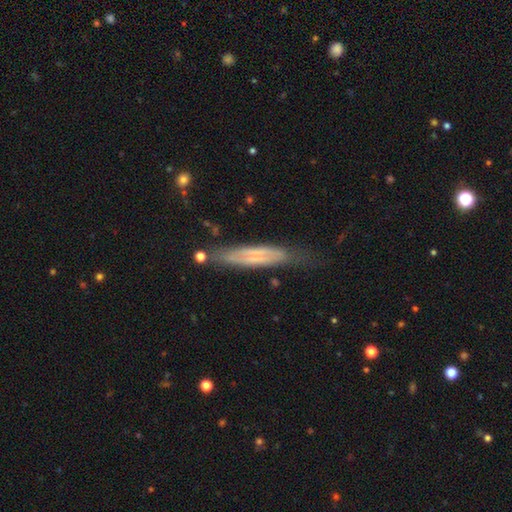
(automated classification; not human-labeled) A featured or disk galaxy (53%) viewed edge-on (70%).

Vote fractions:
- Smooth or featured? featured or disk: 53% / smooth: 39% / star or artifact: 8%
- Edge-on disk? yes: 70% / no: 30%
- Merging? none: 64% / minor disturbance: 24% / major disturbance: 8% / merger: 4%